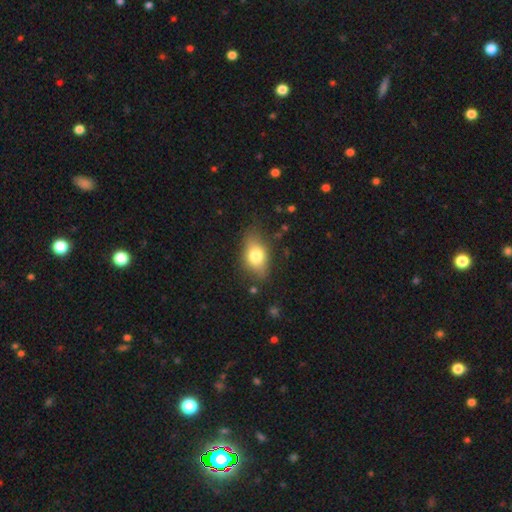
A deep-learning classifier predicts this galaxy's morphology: Smooth or featured: smooth — 75% (featured or disk — 17%)
How rounded: in between — 83% (round — 13%)
Merging: none — 72% (minor disturbance — 21%)